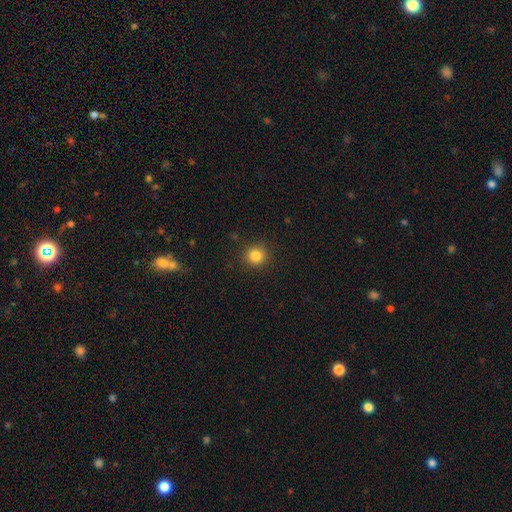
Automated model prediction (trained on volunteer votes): A smooth galaxy with no disk features (83%) that is round (92%). Merging: none (91%).